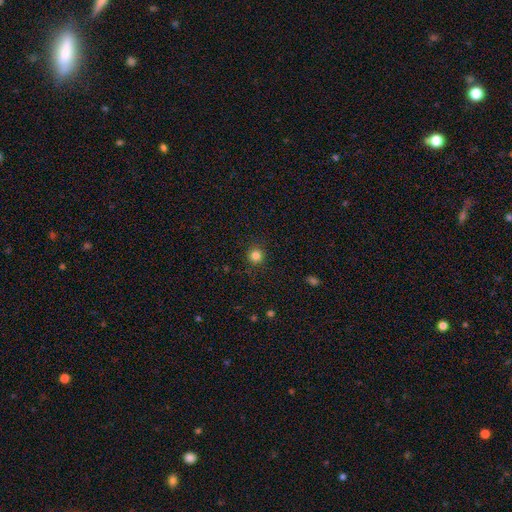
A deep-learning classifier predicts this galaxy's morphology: This appears to be a smooth galaxy with no disk features (83%) that is round (94%). Merging: none (90%).